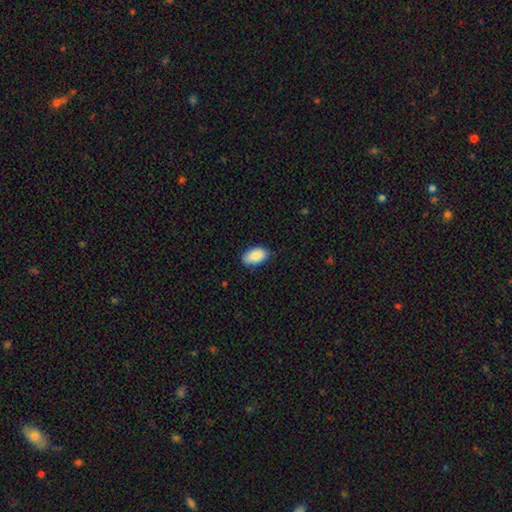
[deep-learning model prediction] Smooth or featured? Predicted: smooth (p=0.89). How rounded? Predicted: in between (p=0.93). Merging? Predicted: none (p=0.77).